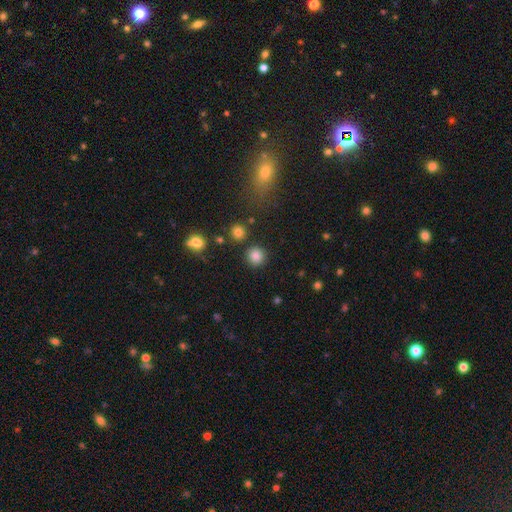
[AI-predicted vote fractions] smooth 83%, star or artifact 12%, featured or disk 5%. Down the decision tree: how rounded — round (93%); merging — none (88%).